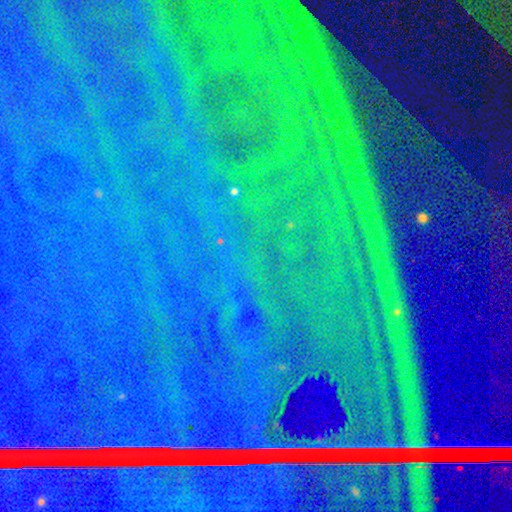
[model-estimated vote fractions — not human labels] Smooth or featured? Predicted: star or artifact (p=0.87).